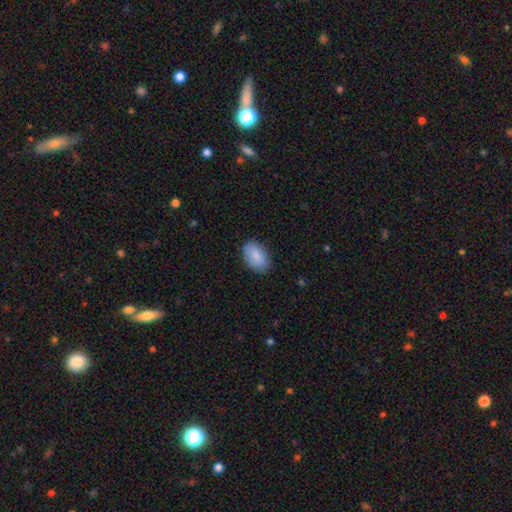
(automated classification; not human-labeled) Smooth or featured? Predicted: smooth (p=0.87). How rounded? Predicted: in between (p=0.92). Merging? Predicted: none (p=0.82).